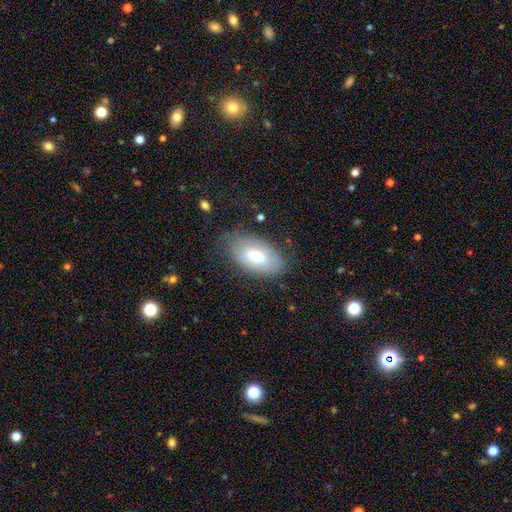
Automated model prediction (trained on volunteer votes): smooth-or-featured: smooth: 62% | featured or disk: 31% | star or artifact: 8%
  how-rounded: in between: 93% | round: 5% | cigar-shaped: 2%
  merging: none: 70% | minor disturbance: 21% | major disturbance: 7% | merger: 2%